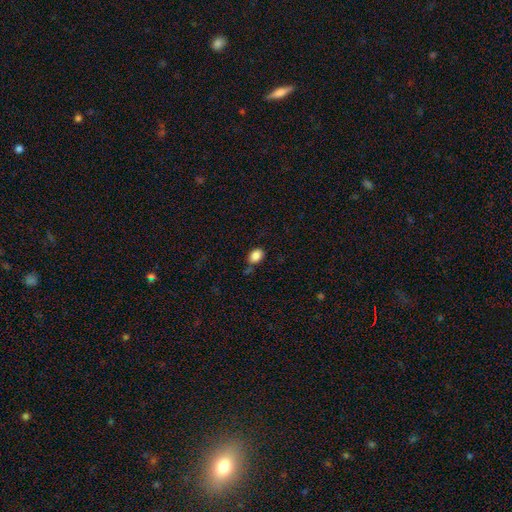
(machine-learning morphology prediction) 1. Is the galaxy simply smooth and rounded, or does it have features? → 87% smooth, 9% star or artifact, 4% featured or disk.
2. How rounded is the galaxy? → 67% in between, 32% round, 1% cigar-shaped.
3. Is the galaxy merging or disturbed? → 66% none, 21% minor disturbance, 8% merger, 5% major disturbance.